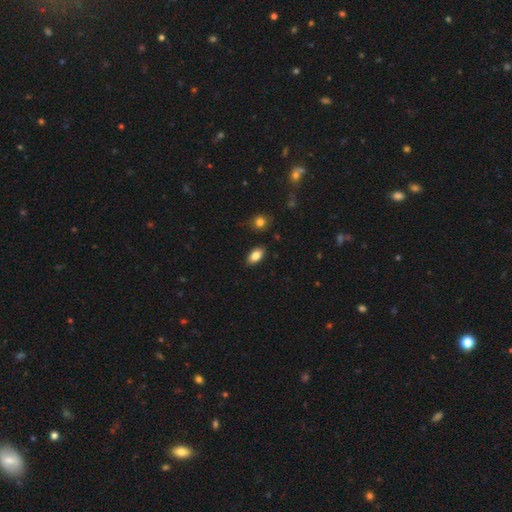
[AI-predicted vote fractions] A smooth galaxy with no disk features (83%) that is in between round and cigar-shaped (92%).

Vote fractions:
- Smooth or featured? smooth: 83% / featured or disk: 9% / star or artifact: 8%
- How rounded? in between: 92% / round: 5% / cigar-shaped: 4%
- Merging? none: 86% / minor disturbance: 10% / major disturbance: 2% / merger: 2%